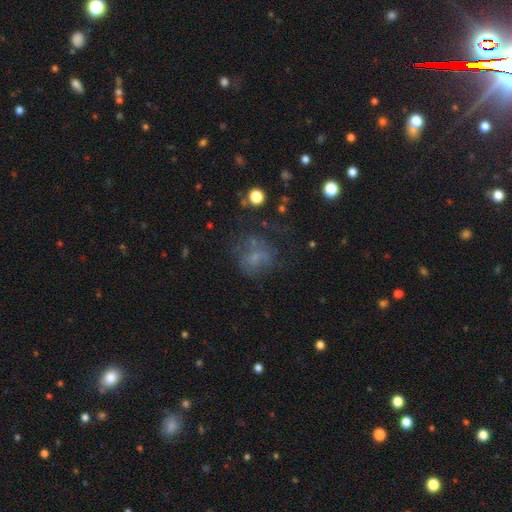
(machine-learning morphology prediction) Overall: smooth (47%; featured or disk 32%). Merging: none (47%; major disturbance 25%).